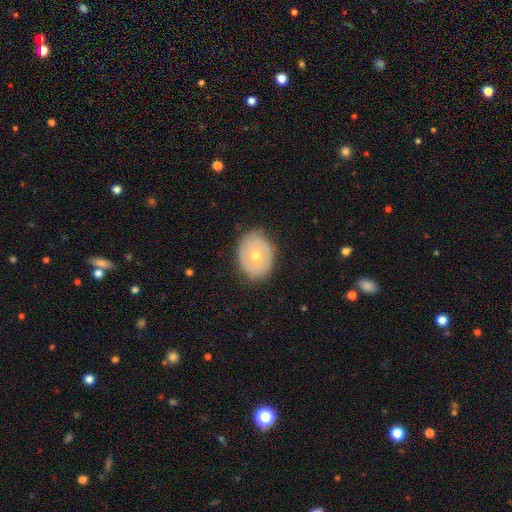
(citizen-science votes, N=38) smooth_or_featured: smooth (p=0.55) [alt: featured or disk p=0.45]
how_rounded: in between (p=0.57) [alt: round p=0.43]
merging: none (p=0.84) [alt: minor disturbance p=0.13]